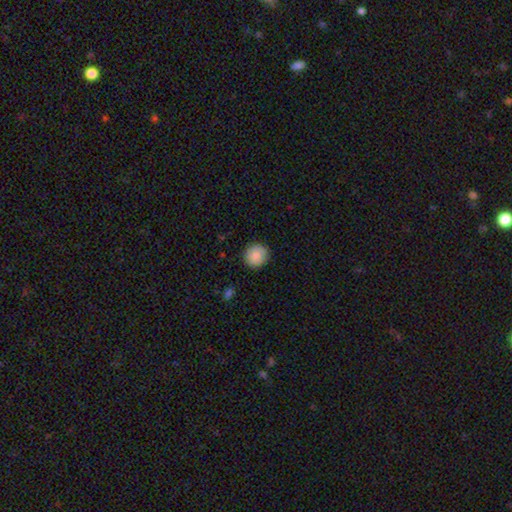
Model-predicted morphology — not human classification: A smooth galaxy with no disk features (87%) that is round (90%). Merging: none (90%).